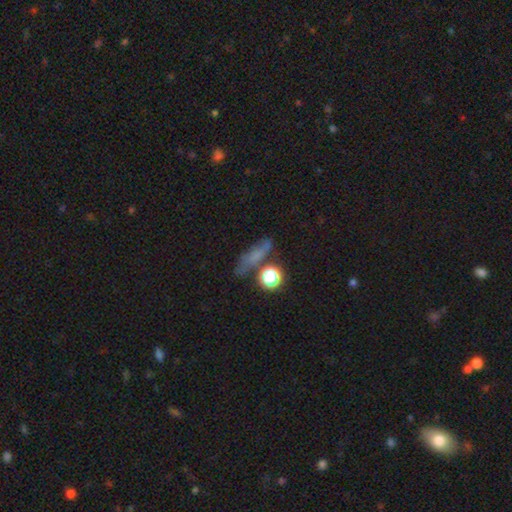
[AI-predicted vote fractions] Smooth or featured: smooth — 55% (star or artifact — 23%)
How rounded: cigar-shaped — 46% (in between — 28%)
Merging: none — 60% (minor disturbance — 18%)